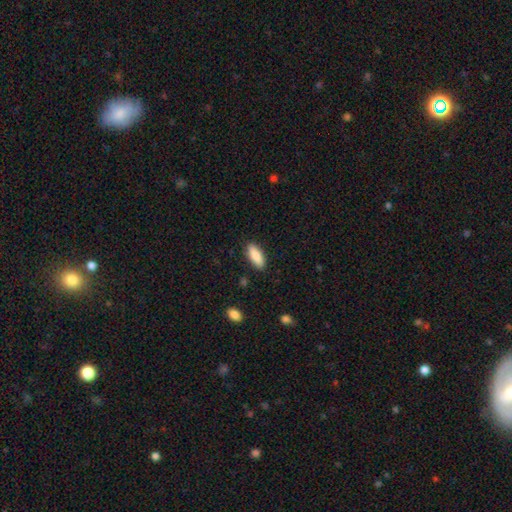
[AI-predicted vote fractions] The model was most divided on "how rounded": in between: 70%, cigar-shaped: 28%, round: 2%. More confident: merging — none (88%); smooth or featured — smooth (86%).